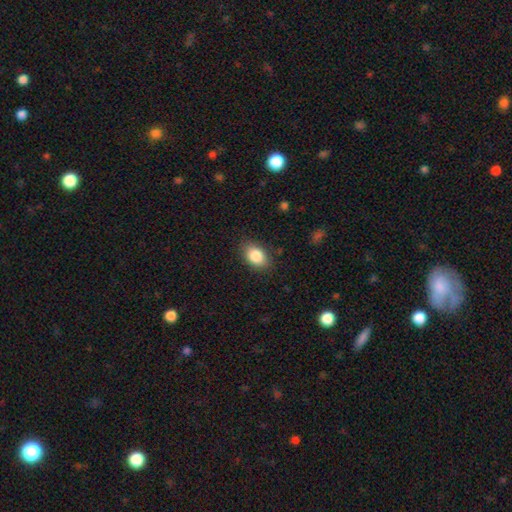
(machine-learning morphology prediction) smooth-or-featured: smooth: 86% | star or artifact: 8% | featured or disk: 6%
  how-rounded: in between: 81% | round: 18% | cigar-shaped: 1%
  merging: none: 83% | minor disturbance: 13% | major disturbance: 3% | merger: 1%